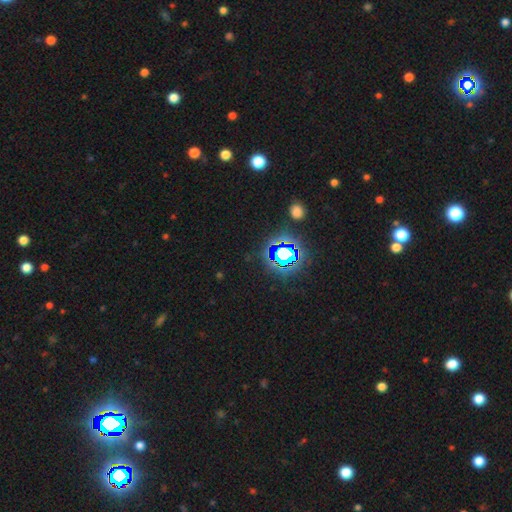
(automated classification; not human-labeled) smooth_or_featured: star or artifact (p=0.79) [alt: smooth p=0.13]